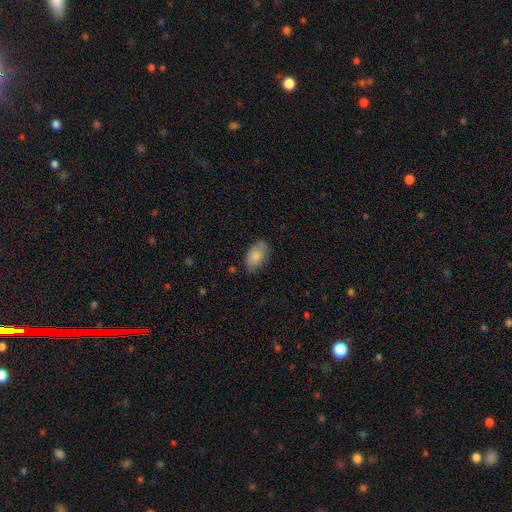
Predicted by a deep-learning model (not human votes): Overall: smooth (80%). How rounded: in between (91%). Merging: none (74%).